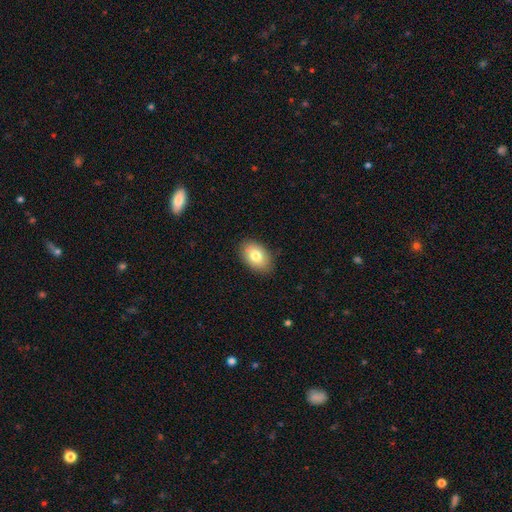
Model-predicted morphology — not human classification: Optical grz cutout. It shows a smooth galaxy with no disk features (81%) that is in between round and cigar-shaped (88%). Merging: none (86%).